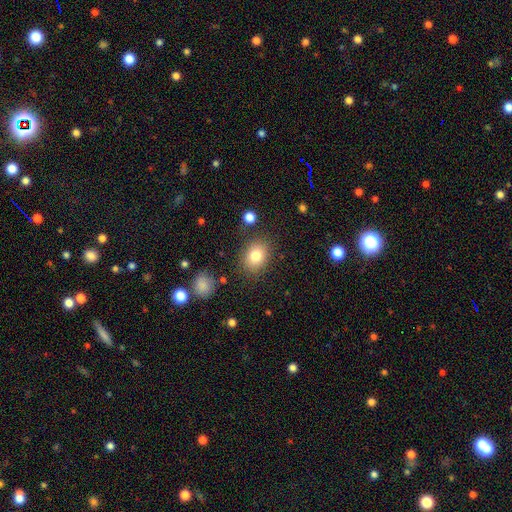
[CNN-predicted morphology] Smooth or featured? Predicted: smooth (p=0.80). How rounded? Predicted: in between (p=0.55). Merging? Predicted: none (p=0.83).